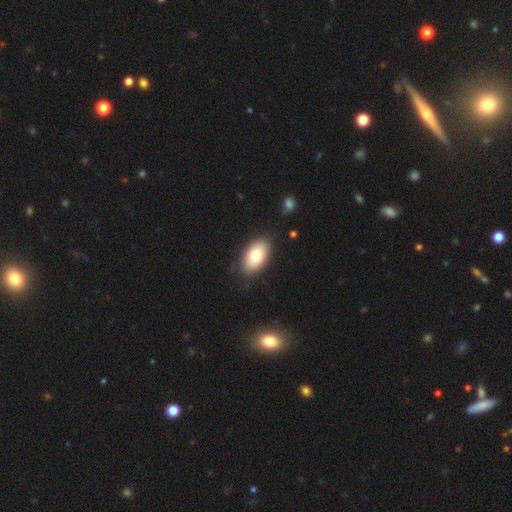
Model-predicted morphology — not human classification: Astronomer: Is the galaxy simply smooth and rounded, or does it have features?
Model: smooth — 81%.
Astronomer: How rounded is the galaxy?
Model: in between — 94%.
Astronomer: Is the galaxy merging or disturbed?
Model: none — 84%.